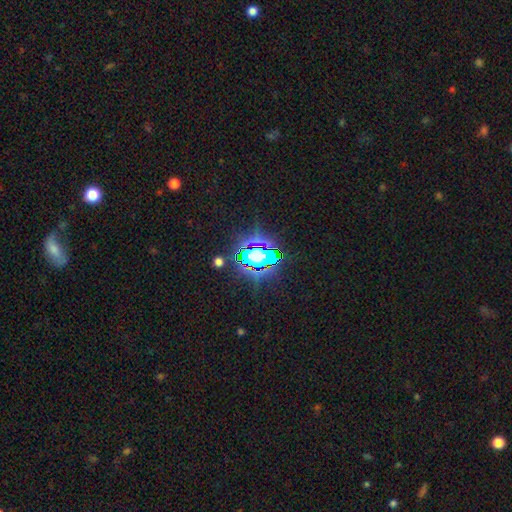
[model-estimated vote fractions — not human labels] smooth_or_featured: star or artifact (p=0.64) [alt: smooth p=0.23]